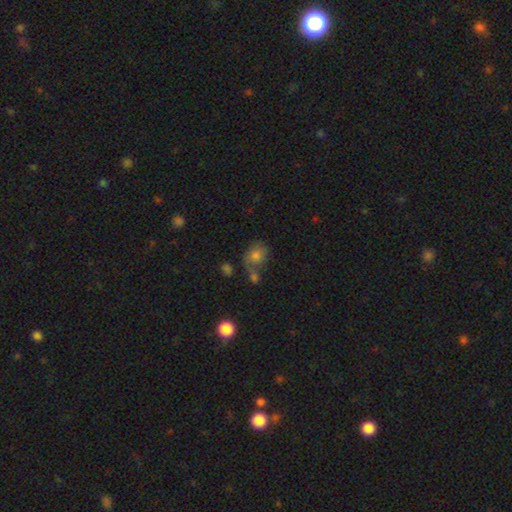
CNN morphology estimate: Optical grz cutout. It shows a smooth galaxy with no disk features (67%) that is in between round and cigar-shaped (52%). Merging: none (36%).